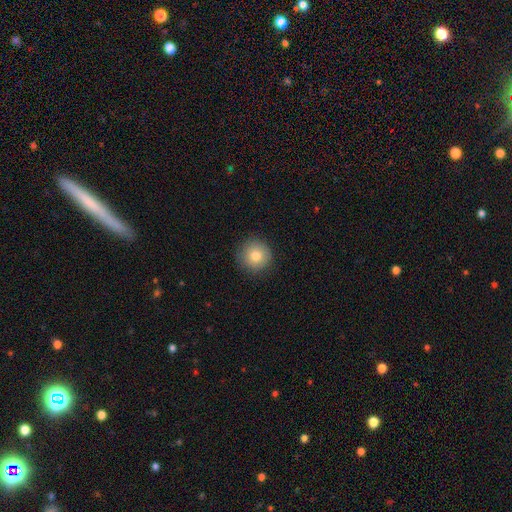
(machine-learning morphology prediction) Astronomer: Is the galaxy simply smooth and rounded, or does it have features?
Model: smooth — 80%.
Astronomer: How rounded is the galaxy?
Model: round — 95%.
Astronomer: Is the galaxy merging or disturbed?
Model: none — 89%.